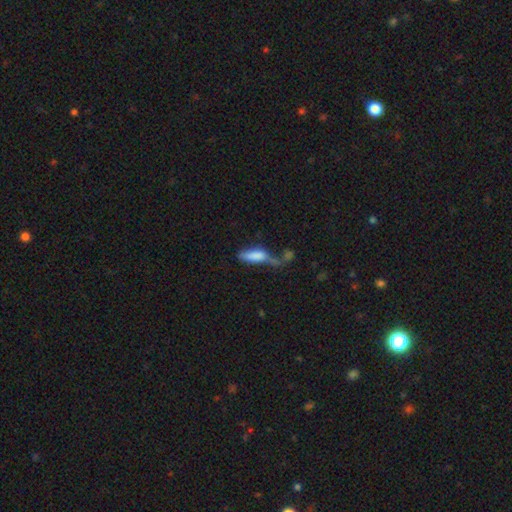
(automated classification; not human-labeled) Smooth or featured? Predicted: smooth (p=0.73). How rounded? Predicted: in between (p=0.59). Merging? Predicted: major disturbance (p=0.32).